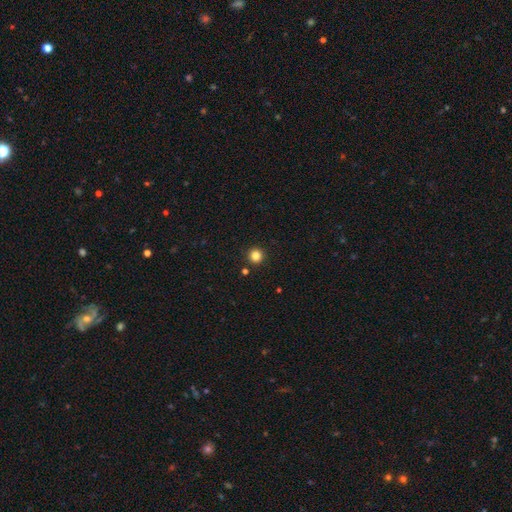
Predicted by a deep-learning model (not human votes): smooth 83%, star or artifact 13%, featured or disk 4%. Down the decision tree: how rounded — round (96%); merging — none (92%).